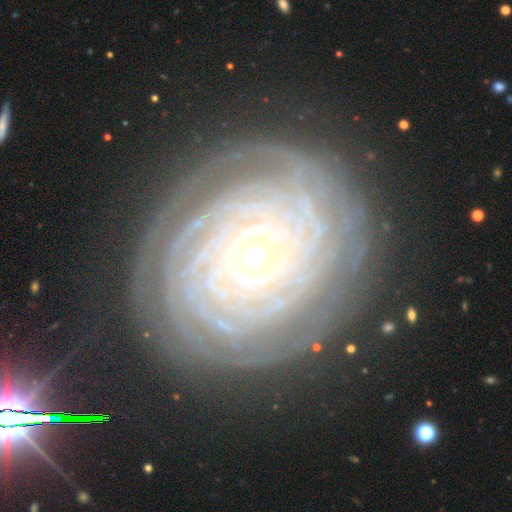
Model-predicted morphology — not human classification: Smooth or featured? featured or disk (88%)
Edge-on disk? no (97%)
Bar? no (71%)
Spiral arms? yes (98%)
Spiral winding? tight (92%)
Spiral arm count? more than 4 (34%)
Bulge size? small (71%)
Merging? none (83%)